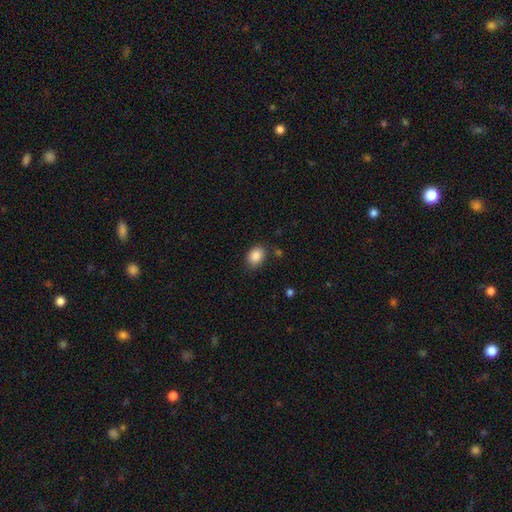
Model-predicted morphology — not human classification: A smooth galaxy with no disk features (87%) that is in between round and cigar-shaped (63%). Merging: none (78%).